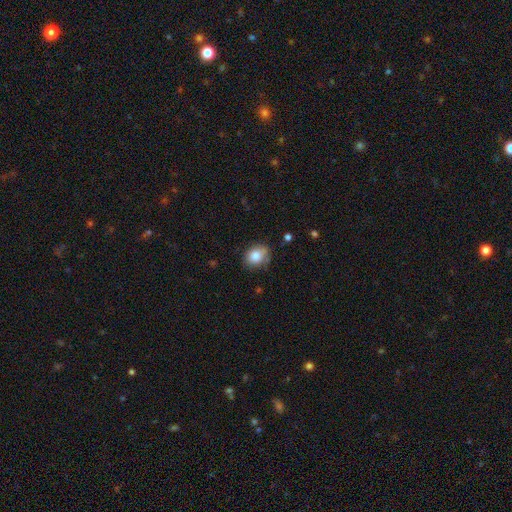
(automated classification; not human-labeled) Q: Smooth or featured?
A: smooth (83%); runner-up: star or artifact (9%)
Q: How rounded?
A: round (53%); runner-up: in between (46%)
Q: Merging?
A: none (68%); runner-up: minor disturbance (24%)